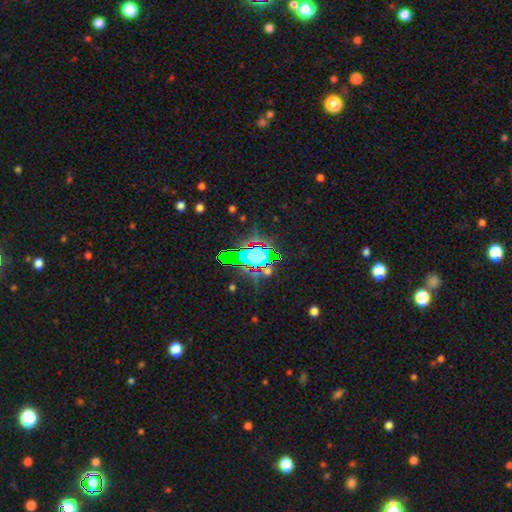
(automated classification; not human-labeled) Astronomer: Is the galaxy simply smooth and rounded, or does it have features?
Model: star or artifact — 60%.